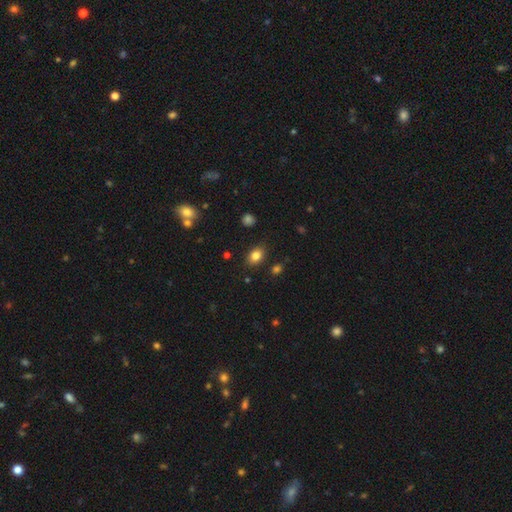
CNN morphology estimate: Smooth or featured? smooth (83%)
How rounded? in between (73%)
Merging? none (84%)